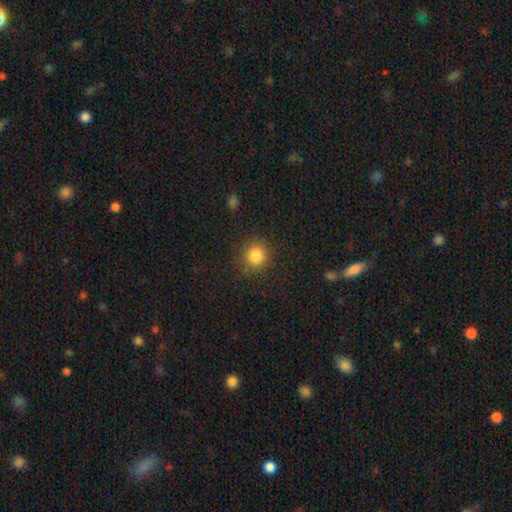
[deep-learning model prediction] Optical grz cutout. It shows a smooth galaxy with no disk features (82%) that is round (89%). Merging: none (87%).